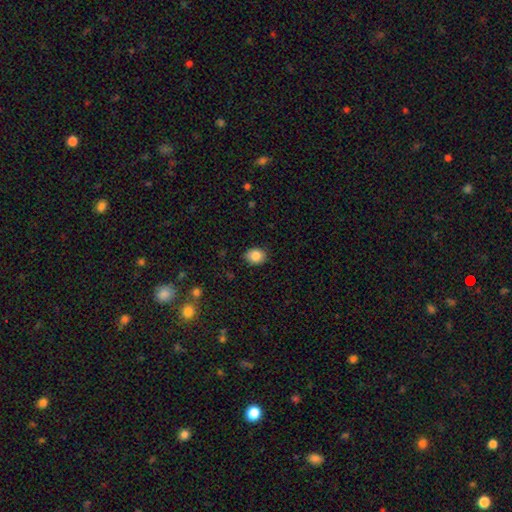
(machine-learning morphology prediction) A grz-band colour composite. It shows a smooth galaxy with no disk features (86%) that is round (55%). Merging: none (85%).